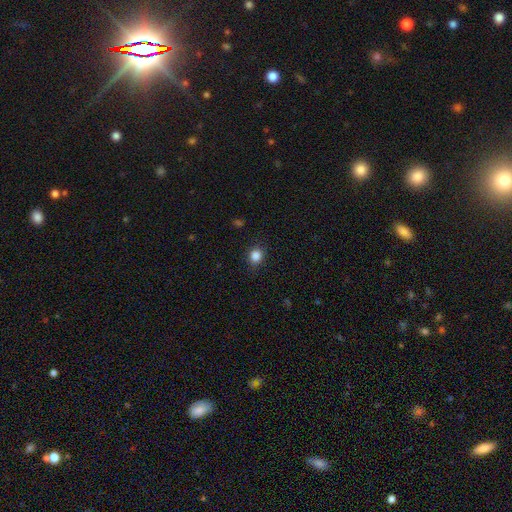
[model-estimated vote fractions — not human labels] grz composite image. It shows a smooth galaxy with no disk features (85%) that is round (76%). Merging: none (87%).